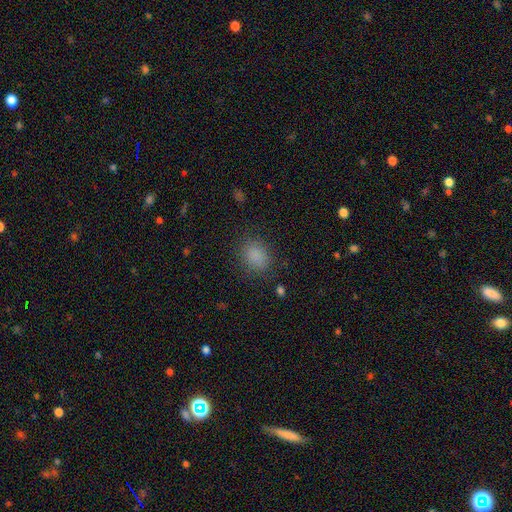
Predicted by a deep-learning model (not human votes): A smooth galaxy with no disk features (84%) that is in between round and cigar-shaped (50%). Merging: none (83%).